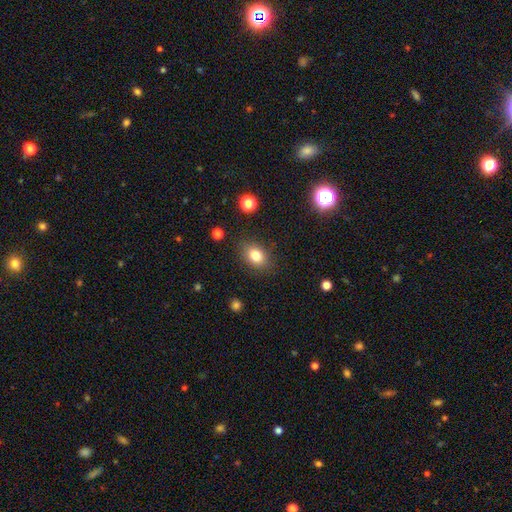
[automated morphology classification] This appears to be a smooth galaxy with no disk features (81%) that is in between round and cigar-shaped (73%). Merging: none (85%).